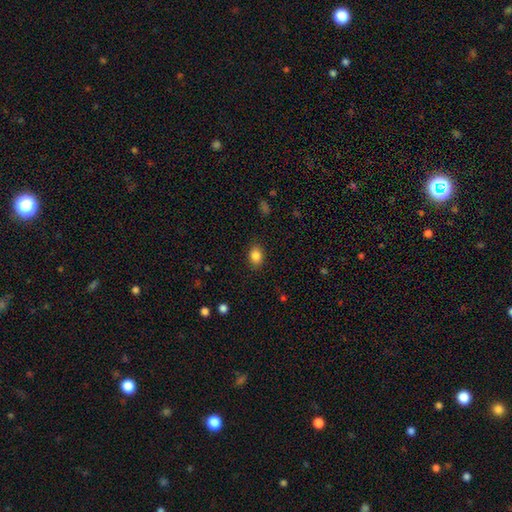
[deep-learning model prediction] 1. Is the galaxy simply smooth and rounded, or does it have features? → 86% smooth, 9% star or artifact, 5% featured or disk.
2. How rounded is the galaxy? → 65% in between, 34% round, 1% cigar-shaped.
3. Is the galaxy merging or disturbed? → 87% none, 9% minor disturbance, 3% major disturbance, 1% merger.